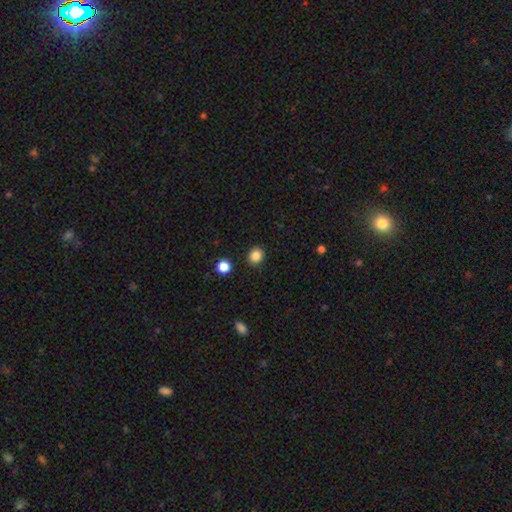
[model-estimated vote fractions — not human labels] This appears to be a smooth galaxy with no disk features (86%) that is round (76%). Merging: none (89%).